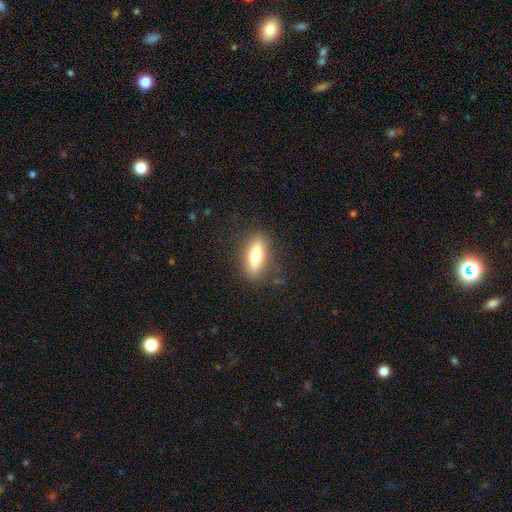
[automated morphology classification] smooth 67%, featured or disk 26%, star or artifact 7%. Down the decision tree: how rounded — in between (56%); merging — none (84%).